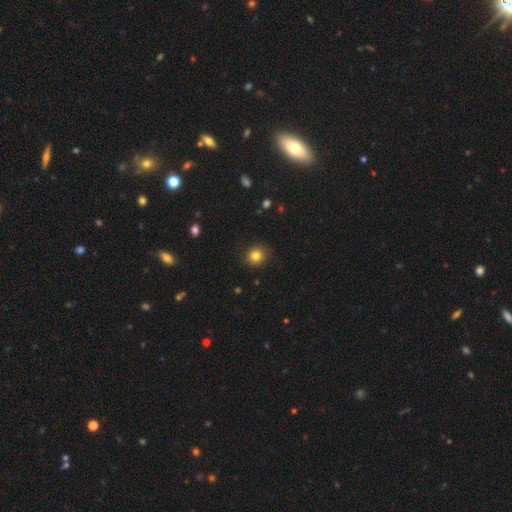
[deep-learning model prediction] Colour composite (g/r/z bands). It shows a smooth galaxy with no disk features (82%) that is round (86%). Merging: none (89%).